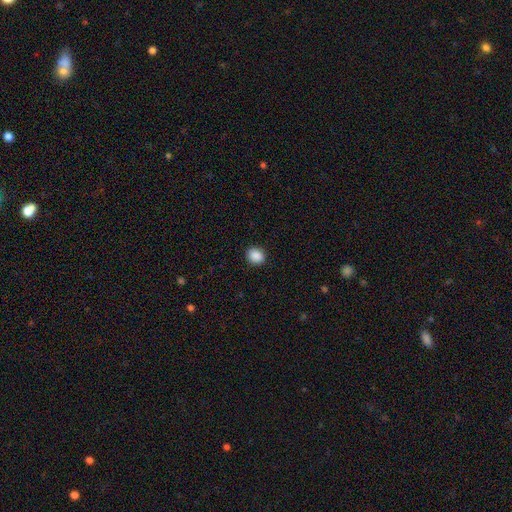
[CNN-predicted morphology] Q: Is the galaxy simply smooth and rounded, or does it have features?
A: smooth — 89%.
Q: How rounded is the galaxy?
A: round — 71%.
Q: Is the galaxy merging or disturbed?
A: none — 90%.